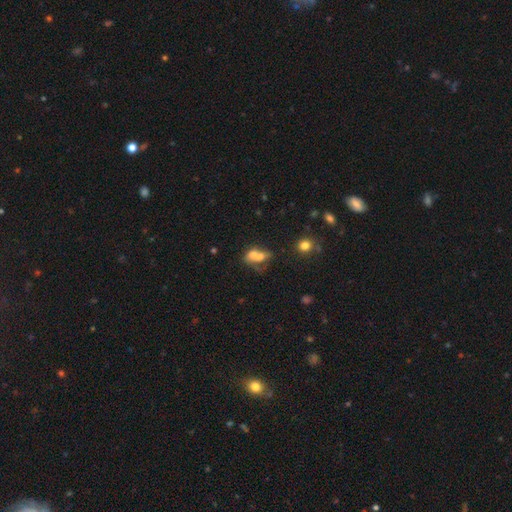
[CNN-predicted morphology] This is likely a smooth galaxy (66%). How rounded: likely in between (63%). Merging: likely merger (64%).